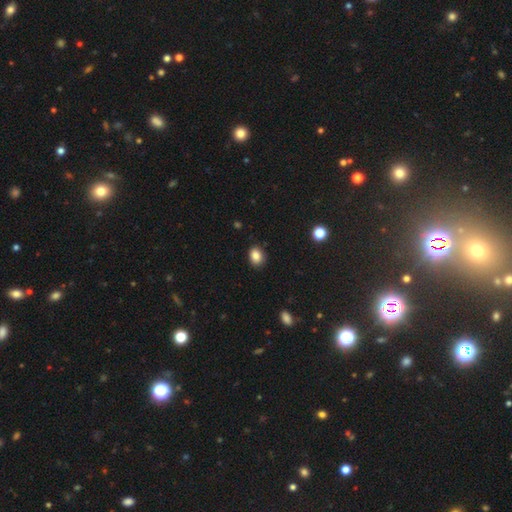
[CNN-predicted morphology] smooth 85%, star or artifact 10%, featured or disk 5%. Down the decision tree: how rounded — in between (60%); merging — none (85%).